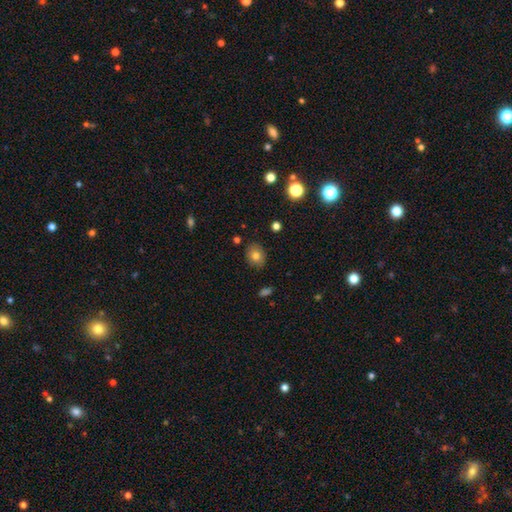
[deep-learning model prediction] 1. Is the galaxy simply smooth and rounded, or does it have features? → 77% smooth, 12% star or artifact, 11% featured or disk.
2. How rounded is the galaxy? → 56% round, 43% in between, 1% cigar-shaped.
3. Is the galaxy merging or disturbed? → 85% none, 11% minor disturbance, 2% major disturbance, 1% merger.